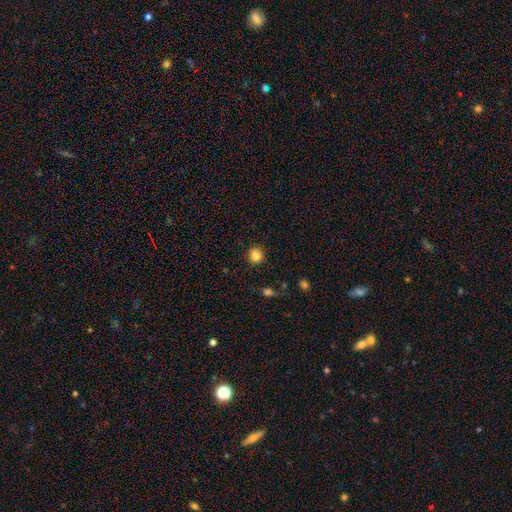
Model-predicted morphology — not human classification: Q: Smooth or featured?
A: smooth (85%); runner-up: star or artifact (11%)
Q: How rounded?
A: round (78%); runner-up: in between (20%)
Q: Merging?
A: none (83%); runner-up: minor disturbance (12%)